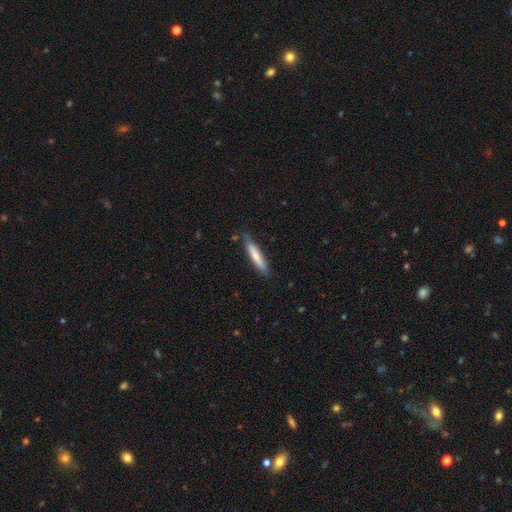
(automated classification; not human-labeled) Smooth or featured? Predicted: smooth (p=0.75). How rounded? Predicted: cigar-shaped (p=0.88). Merging? Predicted: none (p=0.78).